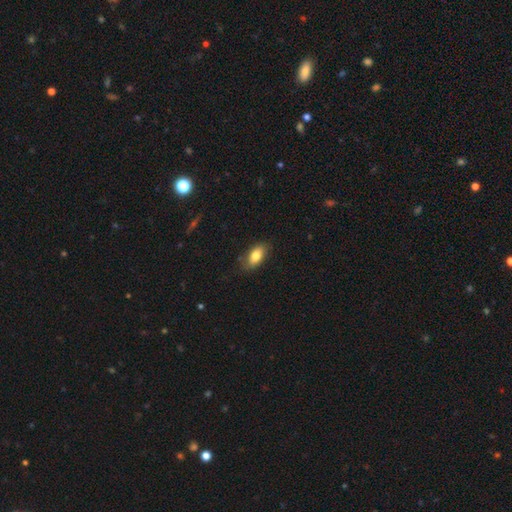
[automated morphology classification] The model was most divided on "merging": none: 78%, minor disturbance: 17%, major disturbance: 4%, merger: 1%. More confident: how rounded — in between (90%); smooth or featured — smooth (80%).